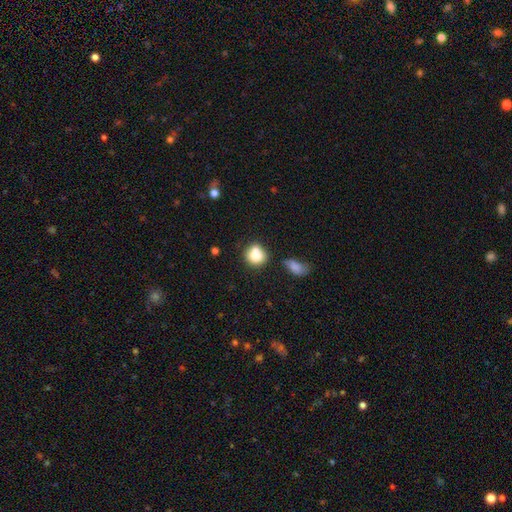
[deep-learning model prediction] This appears to be a smooth galaxy with no disk features (77%) that is round (79%). Merging: none (50%).